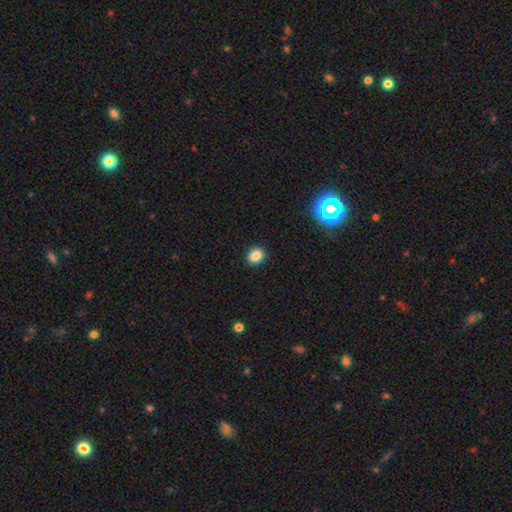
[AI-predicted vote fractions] A smooth galaxy with no disk features (85%) that is round (64%). Merging: none (90%).